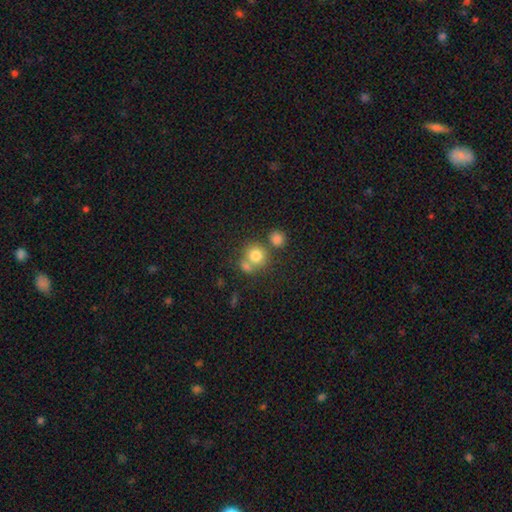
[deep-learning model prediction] smooth_or_featured: smooth (p=0.77) [alt: star or artifact p=0.12]
how_rounded: round (p=0.85) [alt: in between p=0.14]
merging: none (p=0.52) [alt: merger p=0.33]